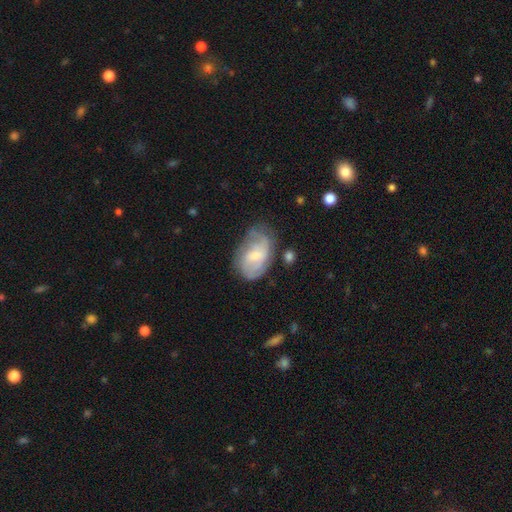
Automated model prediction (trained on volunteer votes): Morphology: type=featured or disk (58%); edge-on=no (97%); bar=weak (48%); spiral arms=yes (82%); bulge=small (41%); merging=none (54%).